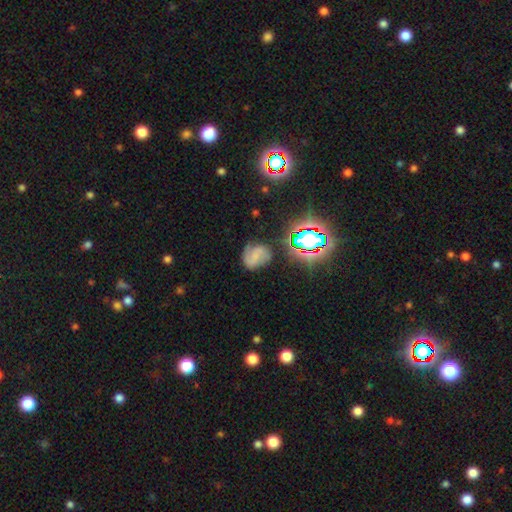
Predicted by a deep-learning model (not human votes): A featured or disk galaxy (44%). Merging: none (61%).